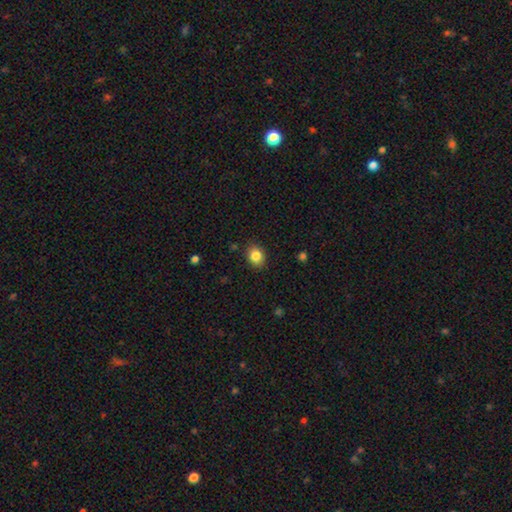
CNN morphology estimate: Smooth or featured?
  - smooth: 84% *
  - star or artifact: 10%
  - featured or disk: 6%
How rounded?
  - round: 53% *
  - in between: 47%
  - cigar-shaped: 1%
Merging?
  - none: 88% *
  - minor disturbance: 9%
  - major disturbance: 2%
  - merger: 1%